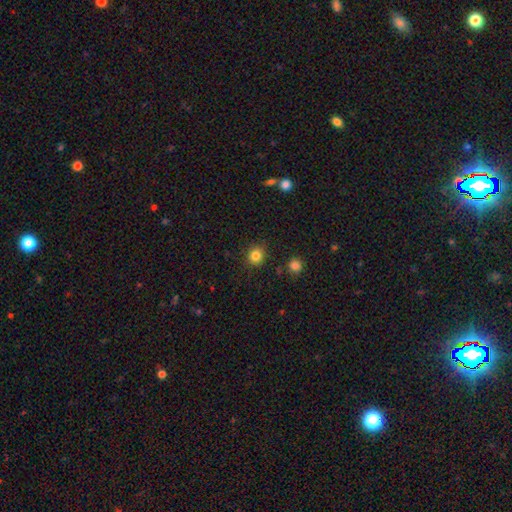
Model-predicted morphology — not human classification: Smooth or featured? Predicted: smooth (p=0.83). How rounded? Predicted: round (p=0.87). Merging? Predicted: none (p=0.88).